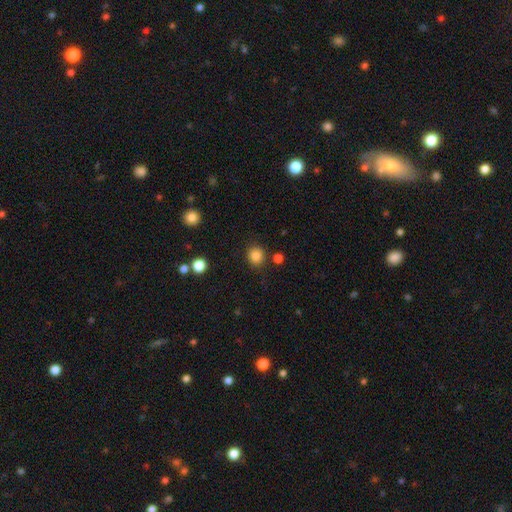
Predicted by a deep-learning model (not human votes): The model was most divided on "how rounded": round: 84%, in between: 15%, cigar-shaped: 1%. More confident: merging — none (85%); smooth or featured — smooth (85%).